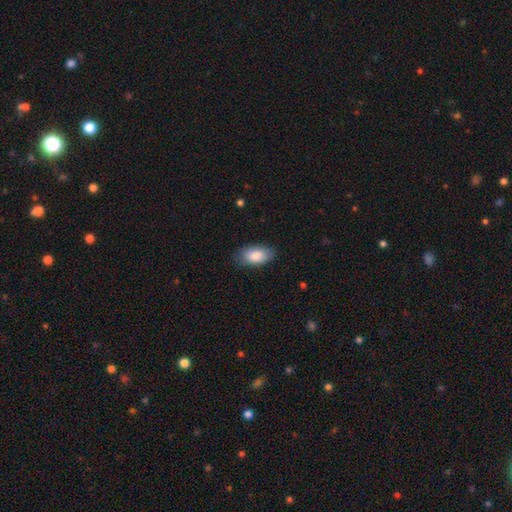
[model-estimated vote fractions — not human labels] A smooth galaxy with no disk features (87%) that is in between round and cigar-shaped (94%).

Vote fractions:
- Smooth or featured? smooth: 87% / featured or disk: 7% / star or artifact: 6%
- How rounded? in between: 94% / round: 3% / cigar-shaped: 3%
- Merging? none: 82% / minor disturbance: 14% / major disturbance: 3% / merger: 1%